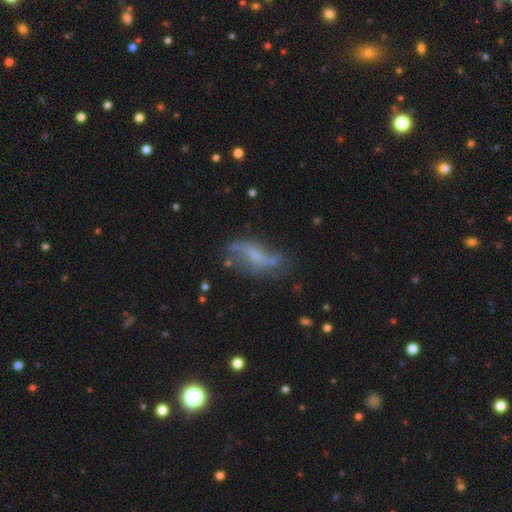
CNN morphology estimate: Overall: featured or disk (57%; smooth 31%). Edge-on disk: no (82%). Merging: none (53%; minor disturbance 25%).